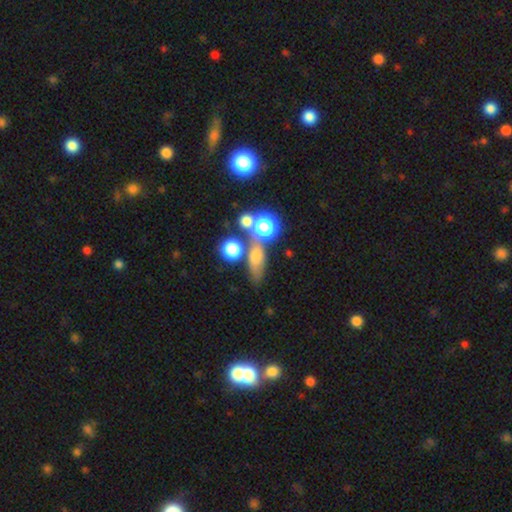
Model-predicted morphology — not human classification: A smooth galaxy with no disk features (59%) that is in between round and cigar-shaped (44%).

Vote fractions:
- Smooth or featured? smooth: 59% / star or artifact: 23% / featured or disk: 18%
- How rounded? in between: 44% / round: 39% / cigar-shaped: 17%
- Merging? none: 53% / merger: 26% / minor disturbance: 13% / major disturbance: 8%